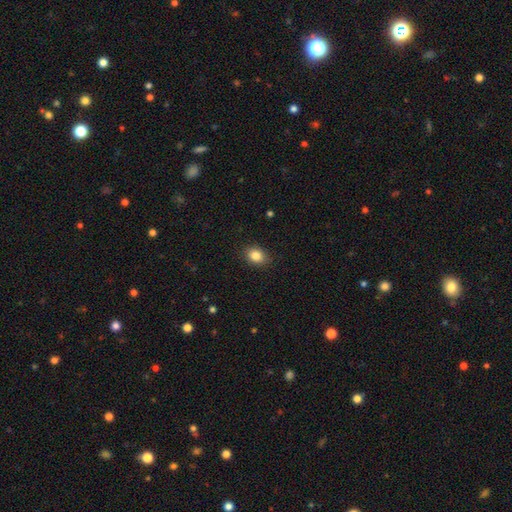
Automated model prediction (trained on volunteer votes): smooth-or-featured: smooth: 85% | star or artifact: 9% | featured or disk: 6%
  how-rounded: in between: 61% | round: 38% | cigar-shaped: 1%
  merging: none: 87% | minor disturbance: 10% | major disturbance: 2% | merger: 1%